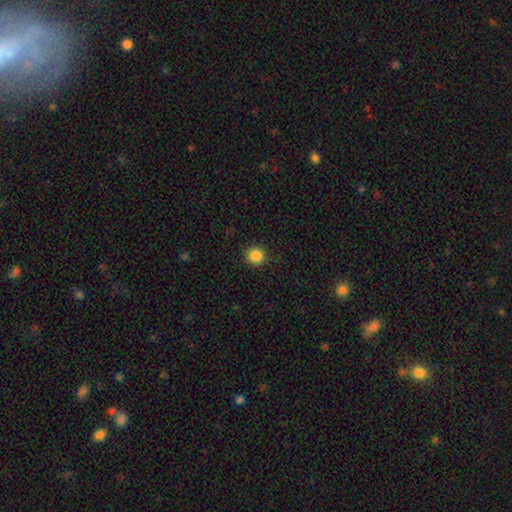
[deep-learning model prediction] This is clearly a smooth galaxy (86%). How rounded: clearly round (92%). Merging: clearly none (92%).